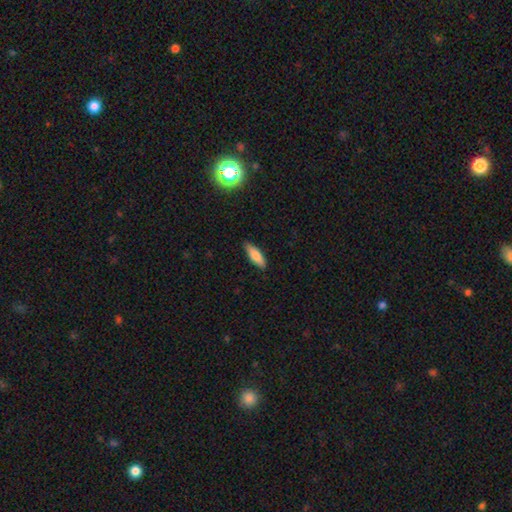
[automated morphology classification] A smooth galaxy with no disk features (79%) that is cigar-shaped (49%, tied with in between). Merging: none (85%).